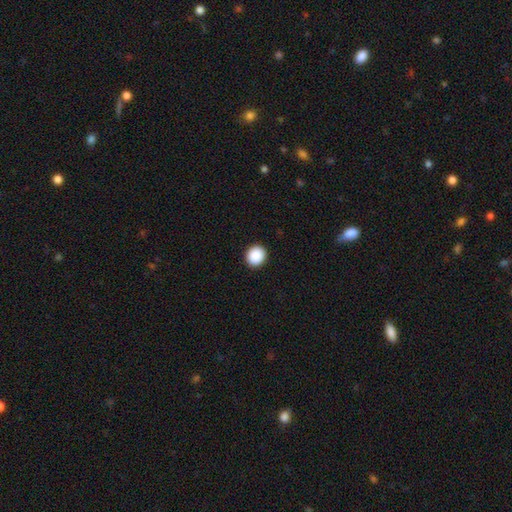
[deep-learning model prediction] A smooth galaxy with no disk features (89%) that is round (88%).

Vote fractions:
- Smooth or featured? smooth: 89% / star or artifact: 8% / featured or disk: 2%
- How rounded? round: 88% / in between: 11% / cigar-shaped: 1%
- Merging? none: 93% / minor disturbance: 5% / major disturbance: 2% / merger: 1%